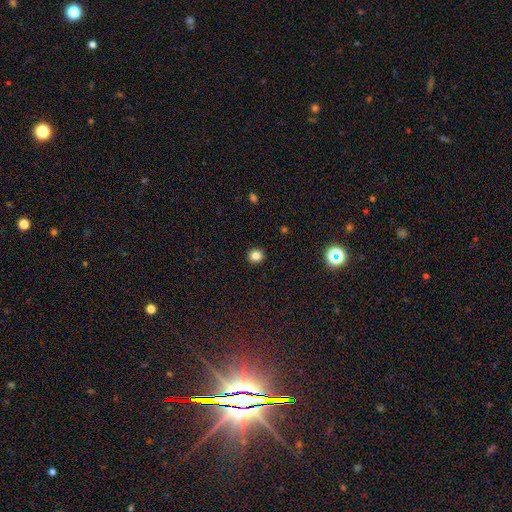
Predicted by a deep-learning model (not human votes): A smooth galaxy with no disk features (83%) that is round (87%).

Vote fractions:
- Smooth or featured? smooth: 83% / star or artifact: 12% / featured or disk: 5%
- How rounded? round: 87% / in between: 12% / cigar-shaped: 1%
- Merging? none: 92% / minor disturbance: 5% / major disturbance: 2% / merger: 1%